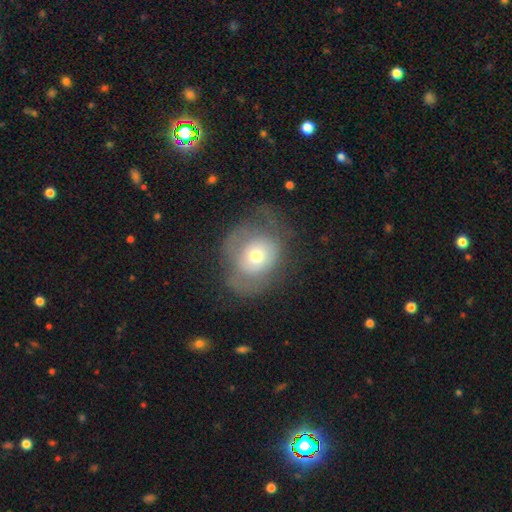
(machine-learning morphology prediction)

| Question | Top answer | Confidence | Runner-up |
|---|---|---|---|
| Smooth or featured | smooth | 51% | featured or disk (40%) |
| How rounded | round | 60% | in between (39%) |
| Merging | none | 39% | major disturbance (33%) |